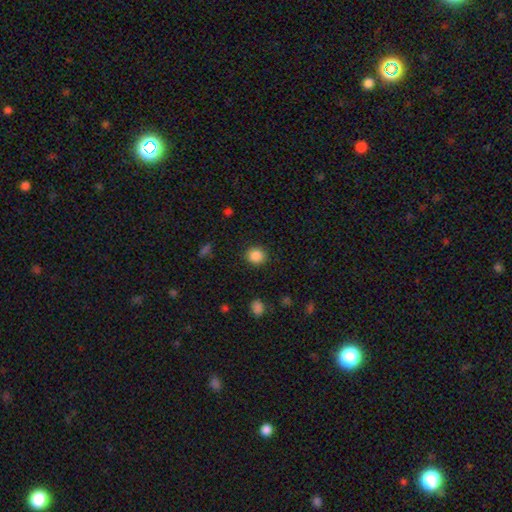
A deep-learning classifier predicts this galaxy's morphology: A smooth galaxy with no disk features (87%) that is round (83%). Merging: none (89%).